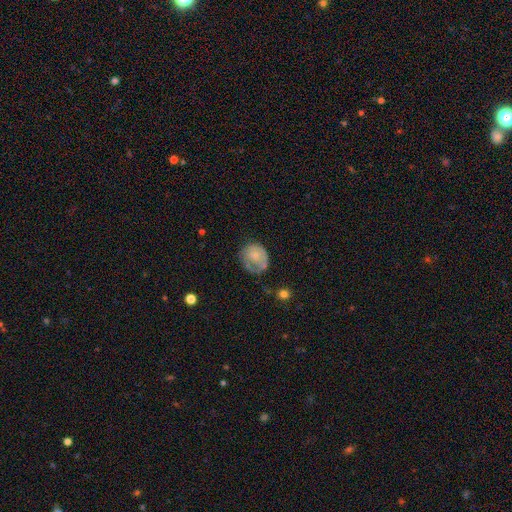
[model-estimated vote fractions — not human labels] Smooth or featured? smooth (58%)
How rounded? round (69%)
Merging? none (47%)